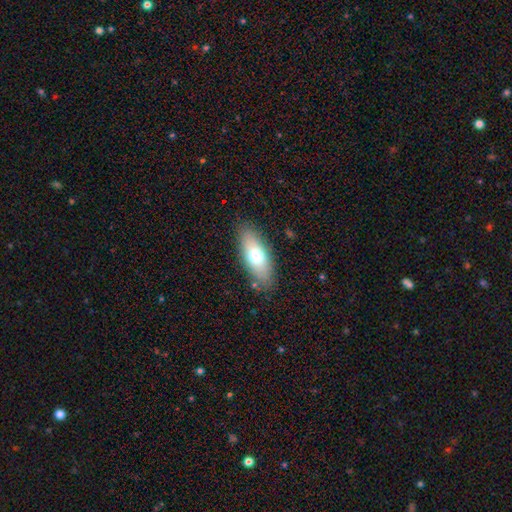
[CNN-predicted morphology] Overall: smooth (67%). How rounded: in between (77%). Merging: none (84%).